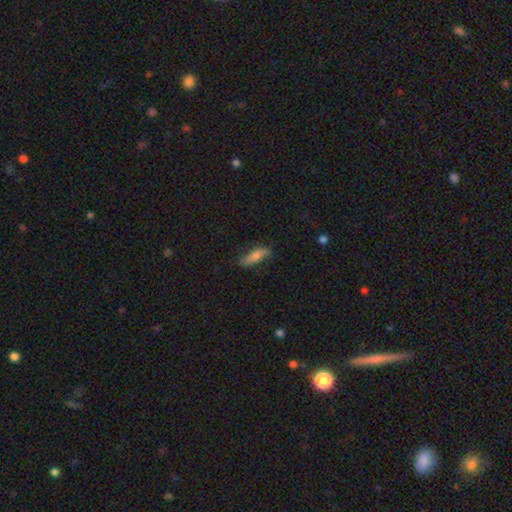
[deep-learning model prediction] Overall: smooth (63%; featured or disk 30%). How rounded: cigar-shaped (57%; in between 41%). Merging: none (71%).